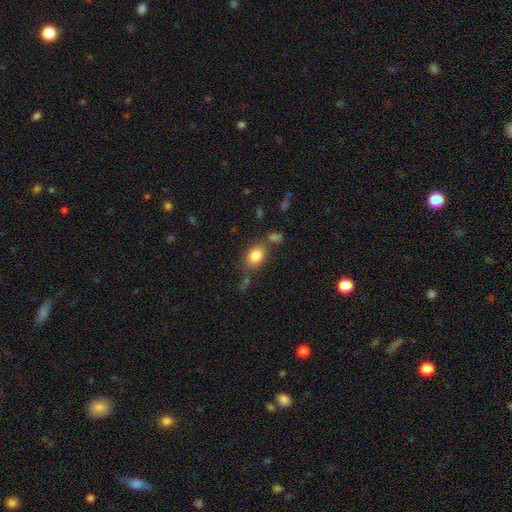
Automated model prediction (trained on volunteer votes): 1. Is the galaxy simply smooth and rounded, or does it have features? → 83% smooth, 9% star or artifact, 8% featured or disk.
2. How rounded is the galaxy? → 72% in between, 27% round, 1% cigar-shaped.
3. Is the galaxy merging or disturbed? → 68% none, 15% minor disturbance, 11% merger, 5% major disturbance.